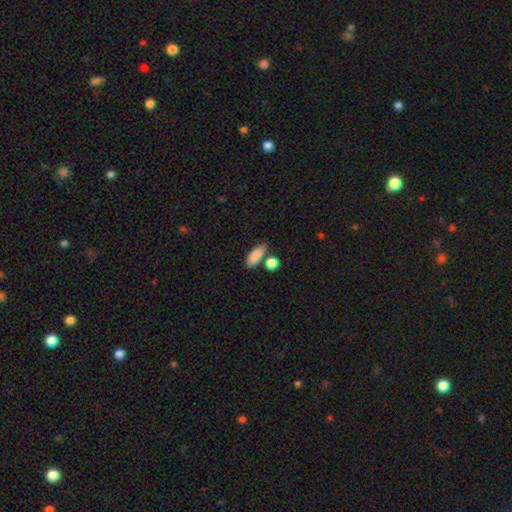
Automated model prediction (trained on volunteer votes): Smooth or featured? smooth (87%)
How rounded? in between (76%)
Merging? none (70%)